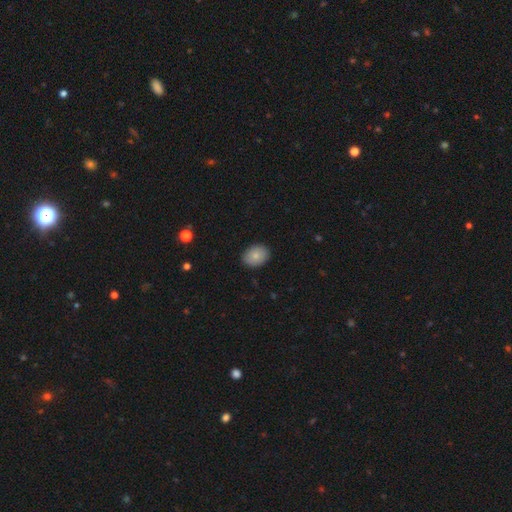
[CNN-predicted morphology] smooth-or-featured: smooth: 84% | featured or disk: 9% | star or artifact: 8%
  how-rounded: in between: 67% | round: 32% | cigar-shaped: 1%
  merging: none: 88% | minor disturbance: 9% | major disturbance: 2% | merger: 1%